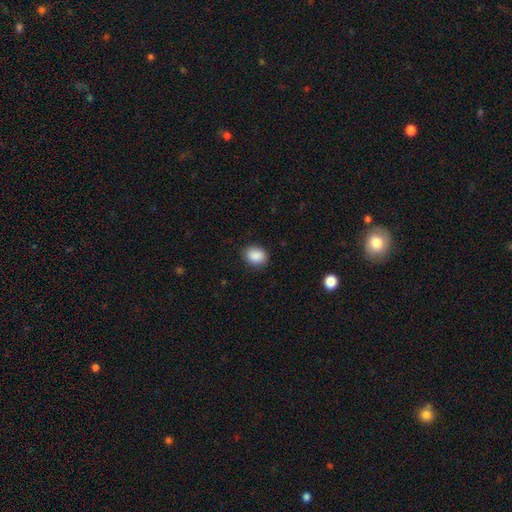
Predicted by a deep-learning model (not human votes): A smooth galaxy with no disk features (89%) that is in between round and cigar-shaped (59%).

Vote fractions:
- Smooth or featured? smooth: 89% / star or artifact: 8% / featured or disk: 3%
- How rounded? in between: 59% / round: 40% / cigar-shaped: 1%
- Merging? none: 87% / minor disturbance: 10% / major disturbance: 2% / merger: 1%